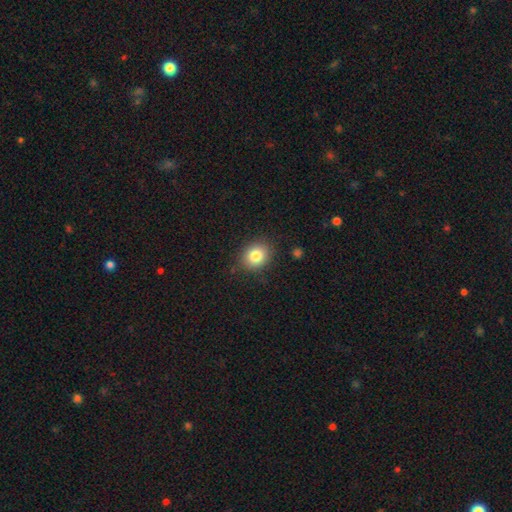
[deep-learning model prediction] Smooth or featured? Predicted: smooth (p=0.83). How rounded? Predicted: round (p=0.60). Merging? Predicted: none (p=0.85).